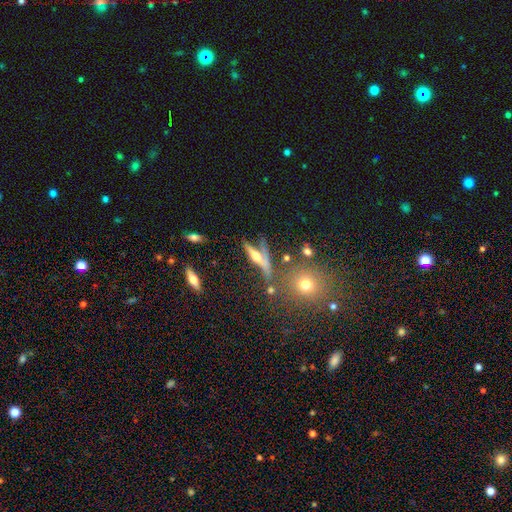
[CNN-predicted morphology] The model was most divided on "merging": none: 44%, major disturbance: 20%, minor disturbance: 19%, merger: 18%. More confident: edge-on disk — yes (78%); smooth or featured — featured or disk (63%).